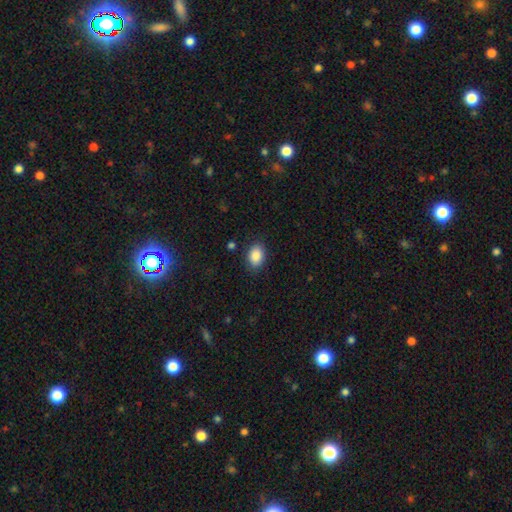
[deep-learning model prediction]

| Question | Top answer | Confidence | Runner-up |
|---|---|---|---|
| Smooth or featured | smooth | 88% | star or artifact (8%) |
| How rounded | in between | 83% | round (16%) |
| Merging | none | 86% | minor disturbance (10%) |